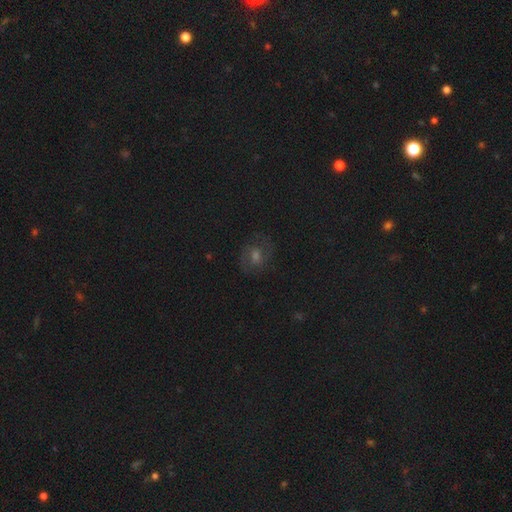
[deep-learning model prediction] Morphology: type=featured or disk (42%); merging=none (80%).